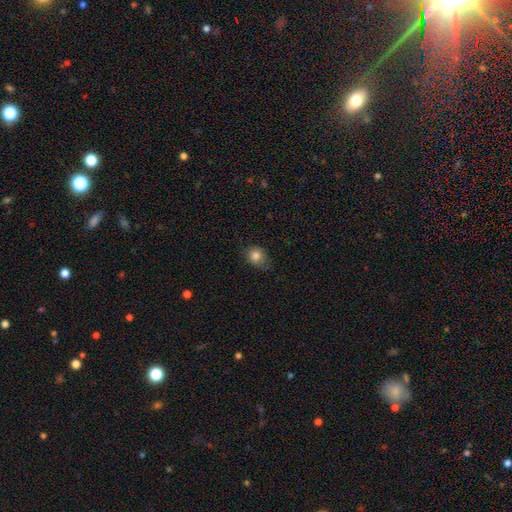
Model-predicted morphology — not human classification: This is clearly a smooth galaxy (83%). How rounded: likely round (69%). Merging: likely none (71%).